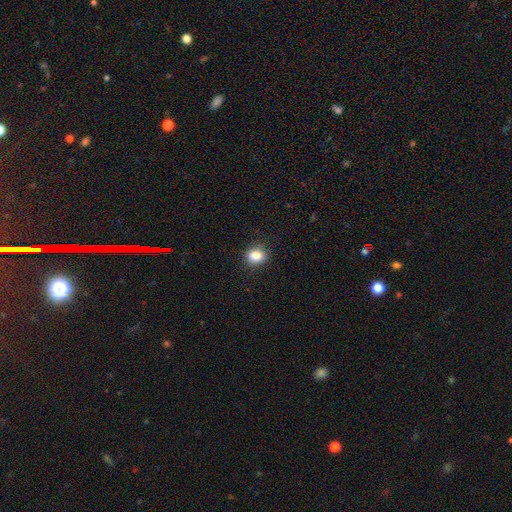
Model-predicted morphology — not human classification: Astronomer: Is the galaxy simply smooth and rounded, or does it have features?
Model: smooth — 86%.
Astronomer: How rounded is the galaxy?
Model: in between — 52% (runner-up: round, 46%).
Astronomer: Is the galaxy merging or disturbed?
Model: none — 86%.